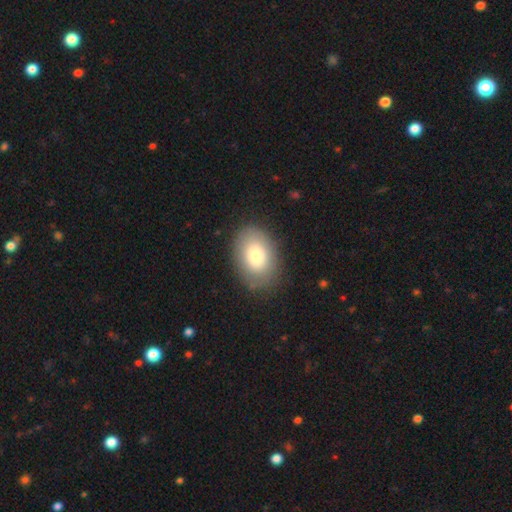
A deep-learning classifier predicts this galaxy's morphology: smooth_or_featured: smooth (p=0.77) [alt: featured or disk p=0.16]
how_rounded: in between (p=0.80) [alt: round p=0.19]
merging: none (p=0.83) [alt: minor disturbance p=0.11]